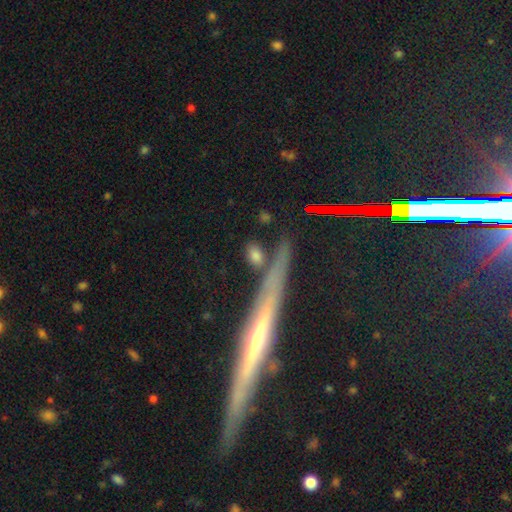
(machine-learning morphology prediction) Overall: smooth (76%). How rounded: in between (66%). Merging: none (74%).